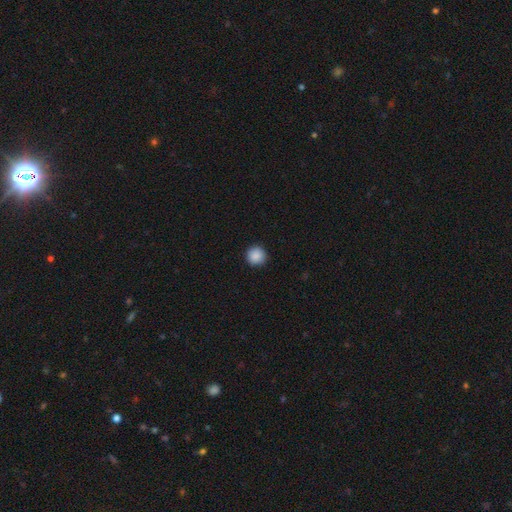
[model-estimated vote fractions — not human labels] Smooth or featured: smooth — 89% (star or artifact — 9%)
How rounded: round — 95% (in between — 4%)
Merging: none — 92% (minor disturbance — 5%)